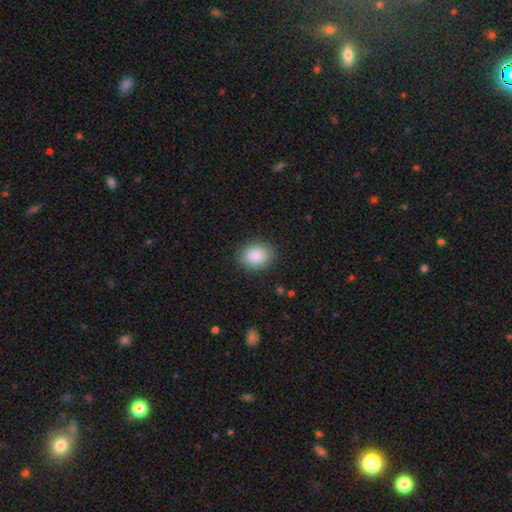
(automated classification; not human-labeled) A smooth galaxy with no disk features (89%) that is in between round and cigar-shaped (55%). Merging: none (87%).